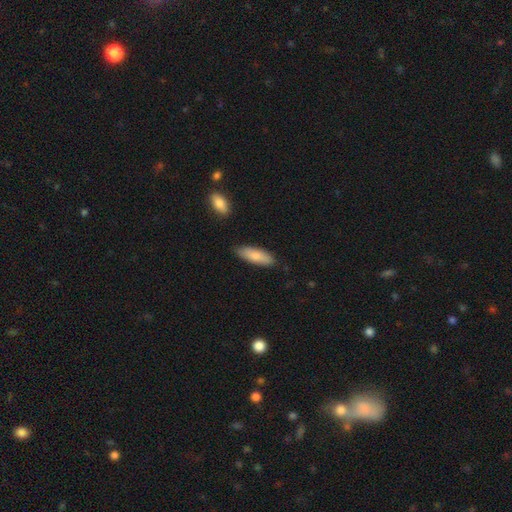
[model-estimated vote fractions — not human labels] Smooth or featured?
  - smooth: 80% *
  - featured or disk: 14%
  - star or artifact: 5%
How rounded?
  - in between: 59% *
  - cigar-shaped: 39%
  - round: 2%
Merging?
  - none: 84% *
  - minor disturbance: 12%
  - major disturbance: 2%
  - merger: 2%